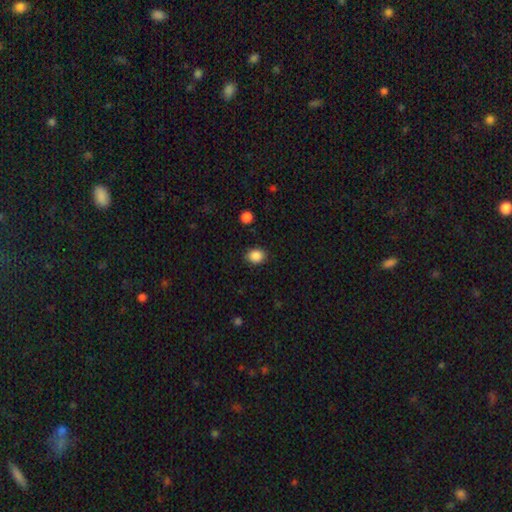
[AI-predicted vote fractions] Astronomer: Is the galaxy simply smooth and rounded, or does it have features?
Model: smooth — 87%.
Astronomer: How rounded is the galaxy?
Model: round — 50% (runner-up: in between, 49%).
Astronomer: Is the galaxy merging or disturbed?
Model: none — 88%.